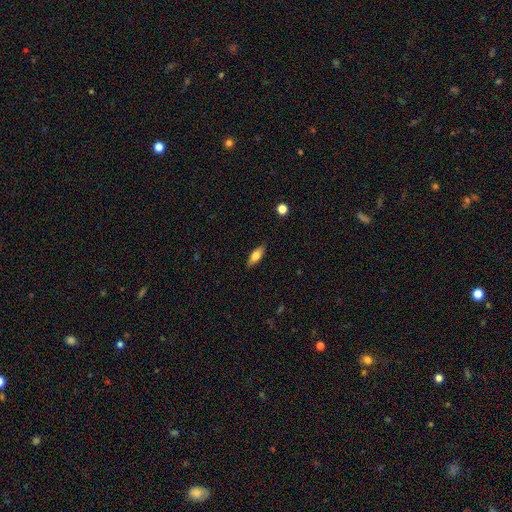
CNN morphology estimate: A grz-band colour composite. It shows a smooth galaxy with no disk features (68%) that is in between round and cigar-shaped (70%). Merging: none (87%).